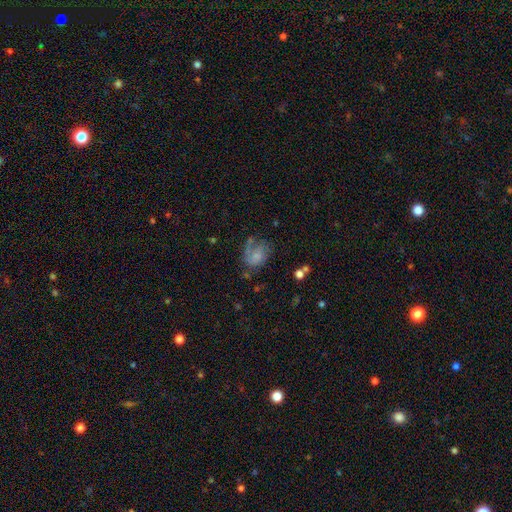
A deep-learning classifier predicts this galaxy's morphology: Smooth or featured: smooth — 45% (tied with featured or disk — 45%)
Merging: none — 39% (major disturbance — 30%)